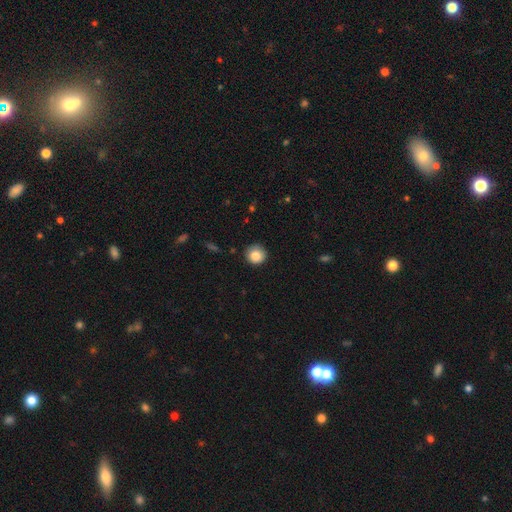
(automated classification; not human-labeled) Smooth or featured? Predicted: smooth (p=0.86). How rounded? Predicted: round (p=0.93). Merging? Predicted: none (p=0.86).